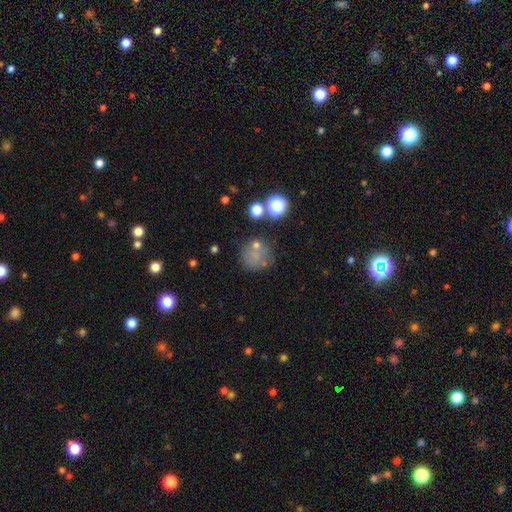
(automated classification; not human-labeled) Morphology: type=smooth (64%); roundness=round (90%); merging=none (65%).